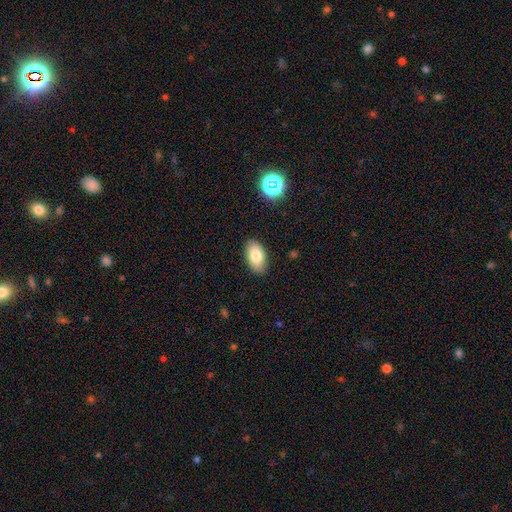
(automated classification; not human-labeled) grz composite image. It shows a smooth galaxy with no disk features (80%) that is in between round and cigar-shaped (94%). Merging: none (87%).